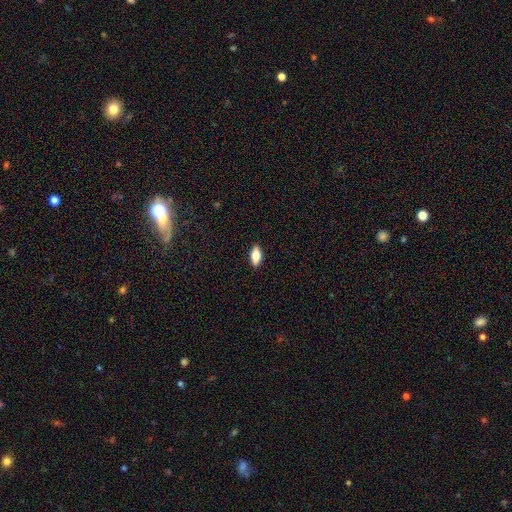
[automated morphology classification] The model was most divided on "smooth or featured": smooth: 74%, featured or disk: 19%, star or artifact: 7%. More confident: merging — none (90%); how rounded — in between (84%).